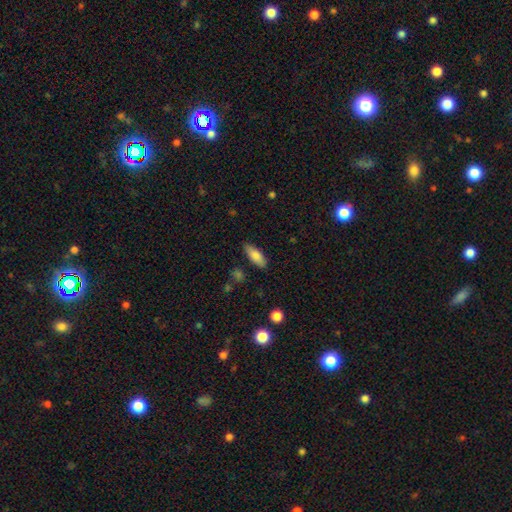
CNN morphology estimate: Smooth or featured? Predicted: smooth (p=0.80). How rounded? Predicted: in between (p=0.70). Merging? Predicted: none (p=0.83).